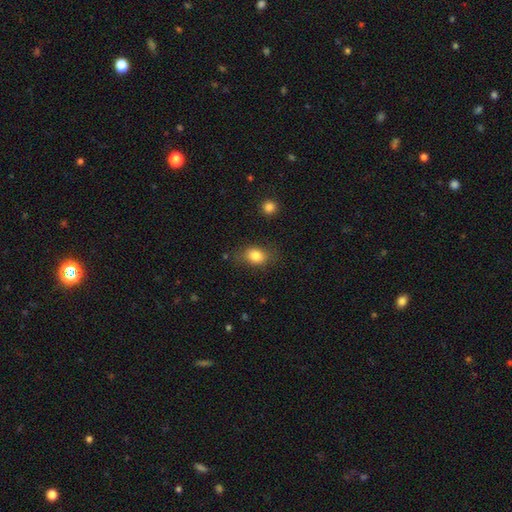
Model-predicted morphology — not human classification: Smooth or featured? Predicted: smooth (p=0.83). How rounded? Predicted: in between (p=0.66). Merging? Predicted: none (p=0.74).